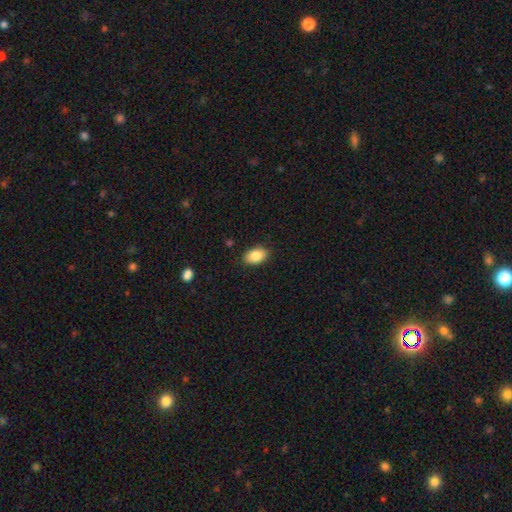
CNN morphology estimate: Overall: smooth (86%). How rounded: in between (91%). Merging: none (87%).